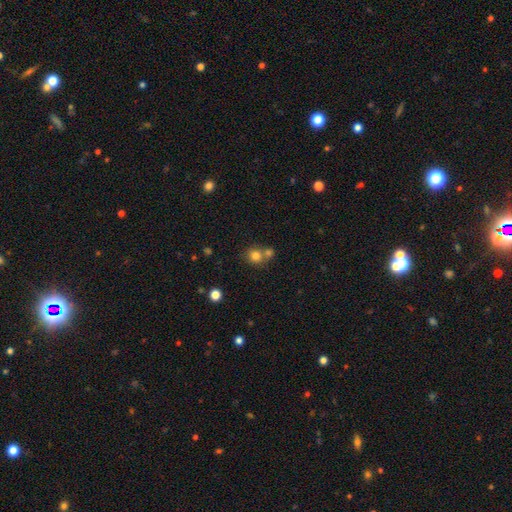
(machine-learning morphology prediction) Smooth or featured? Predicted: smooth (p=0.79). How rounded? Predicted: round (p=0.84). Merging? Predicted: none (p=0.52).